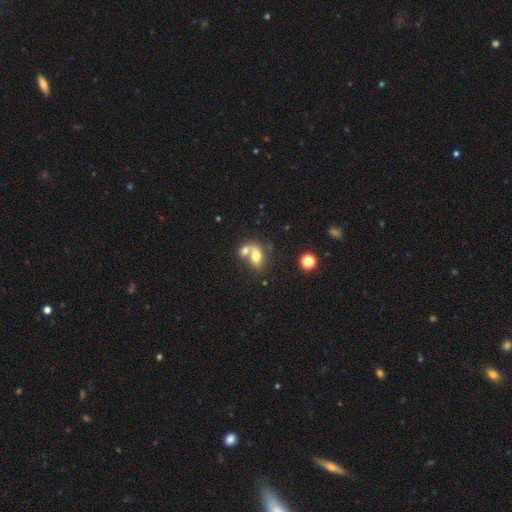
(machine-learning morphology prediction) Smooth or featured? Predicted: smooth (p=0.68). How rounded? Predicted: in between (p=0.72). Merging? Predicted: merger (p=0.64).